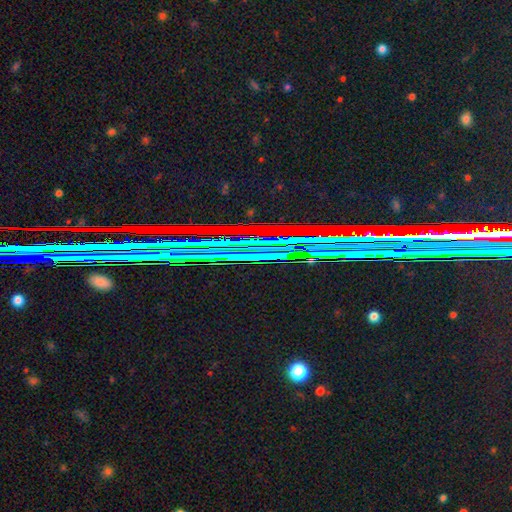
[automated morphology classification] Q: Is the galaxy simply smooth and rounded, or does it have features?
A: star or artifact — 81%.